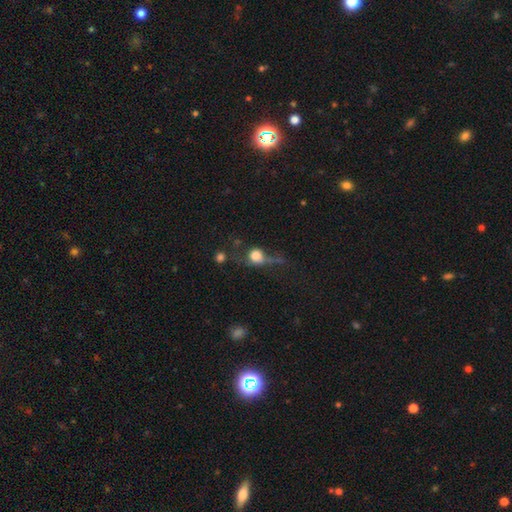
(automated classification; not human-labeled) Smooth or featured?
  - smooth: 69% *
  - featured or disk: 17%
  - star or artifact: 14%
How rounded?
  - round: 78% *
  - in between: 19%
  - cigar-shaped: 2%
Merging?
  - none: 36% *
  - major disturbance: 31%
  - minor disturbance: 20%
  - merger: 13%